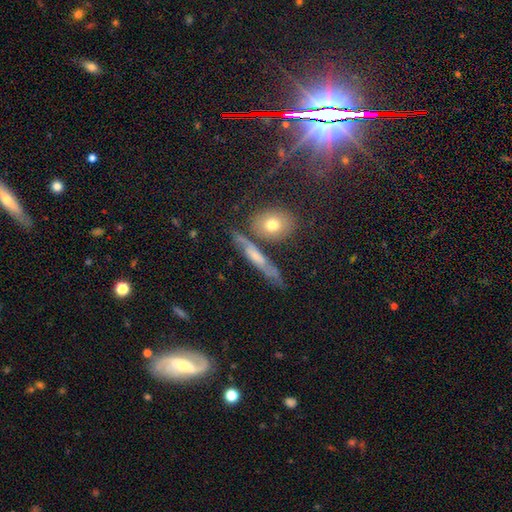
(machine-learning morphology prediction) featured or disk 51%, smooth 38%, star or artifact 12%. Down the decision tree: edge-on disk — yes (64%); merging — none (65%).